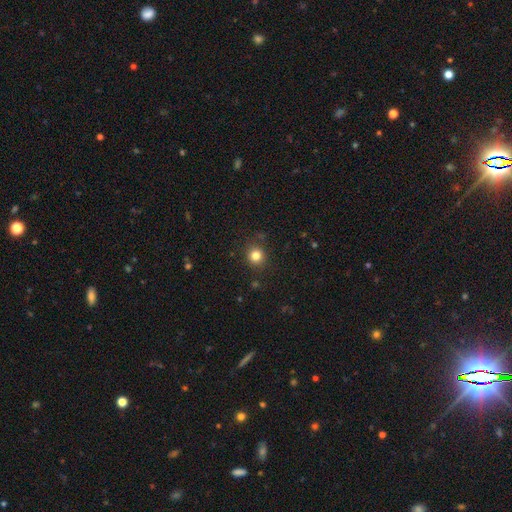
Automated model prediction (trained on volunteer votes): Smooth or featured?
  - smooth: 82% *
  - star or artifact: 13%
  - featured or disk: 5%
How rounded?
  - round: 89% *
  - in between: 10%
  - cigar-shaped: 1%
Merging?
  - none: 87% *
  - minor disturbance: 8%
  - major disturbance: 3%
  - merger: 2%